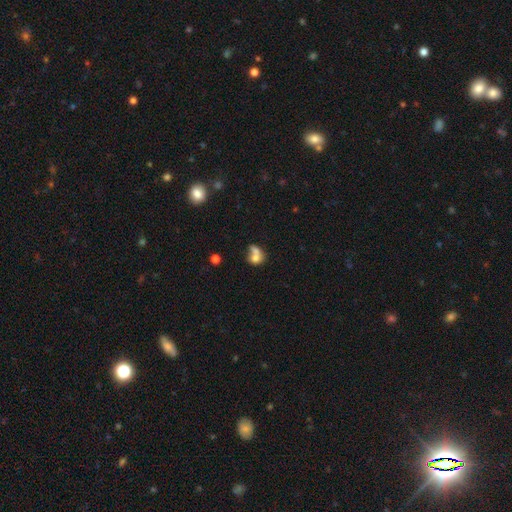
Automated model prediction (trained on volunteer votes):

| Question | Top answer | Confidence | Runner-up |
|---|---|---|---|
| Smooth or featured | smooth | 69% | featured or disk (20%) |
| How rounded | round | 50% | in between (48%) |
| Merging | merger | 62% | none (21%) |